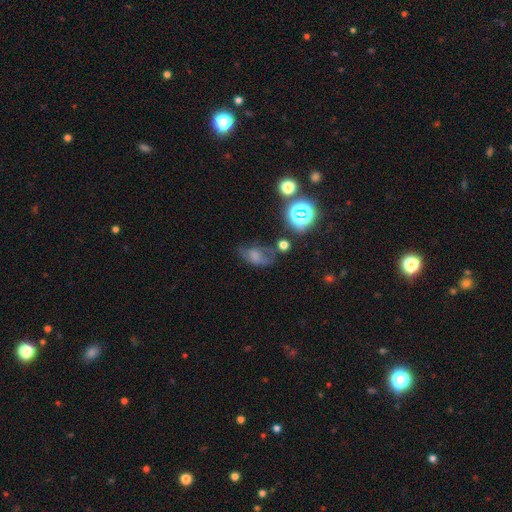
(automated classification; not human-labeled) Smooth or featured: smooth — 53% (featured or disk — 27%)
How rounded: in between — 83% (round — 14%)
Merging: none — 37% (minor disturbance — 29%)